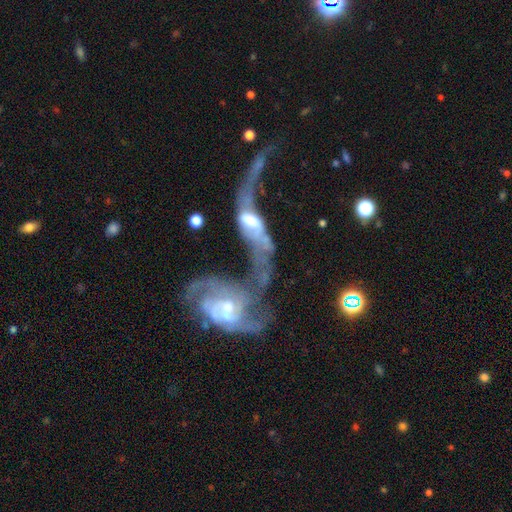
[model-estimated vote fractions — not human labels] Smooth or featured: featured or disk — 82% (smooth — 9%)
Edge-on disk: no — 90% (yes — 10%)
Bar: no — 45% (weak — 37%)
Spiral arms: yes — 90% (no — 10%)
Spiral winding: loose — 62% (medium — 26%)
Spiral arm count: 2 — 65% (can't tell — 17%)
Bulge size: moderate — 50% (small — 35%)
Merging: merger — 70% (major disturbance — 13%)